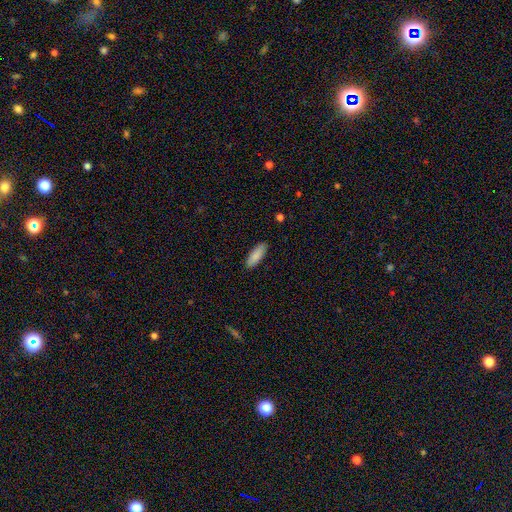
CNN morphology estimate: type=smooth (88%); roundness=in between (60%); merging=none (89%).